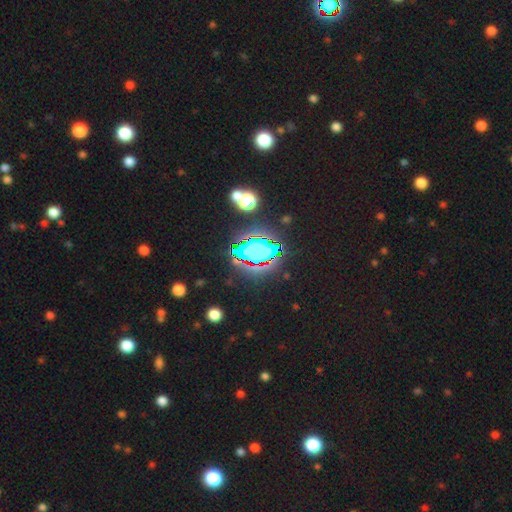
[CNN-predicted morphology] A star or artifact, not a galaxy (68%).

Vote fractions:
- Smooth or featured? star or artifact: 68% / smooth: 20% / featured or disk: 12%